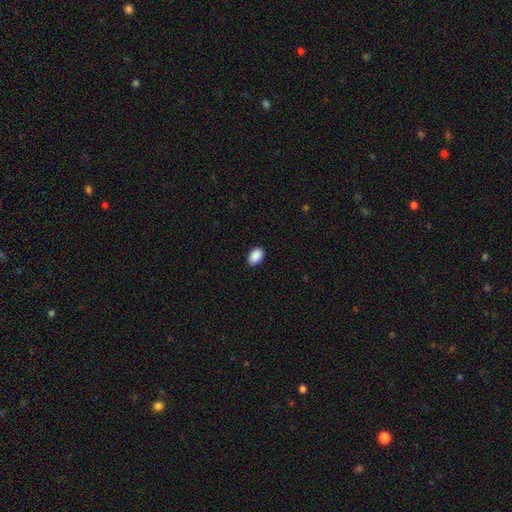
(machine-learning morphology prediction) Q: Smooth or featured?
A: smooth (90%); runner-up: star or artifact (7%)
Q: How rounded?
A: in between (86%); runner-up: round (13%)
Q: Merging?
A: none (89%); runner-up: minor disturbance (9%)